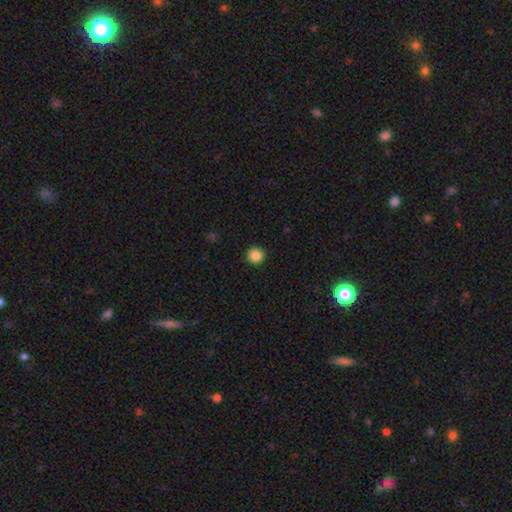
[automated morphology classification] Q: Smooth or featured?
A: smooth (86%); runner-up: star or artifact (10%)
Q: How rounded?
A: round (94%); runner-up: in between (5%)
Q: Merging?
A: none (92%); runner-up: minor disturbance (5%)